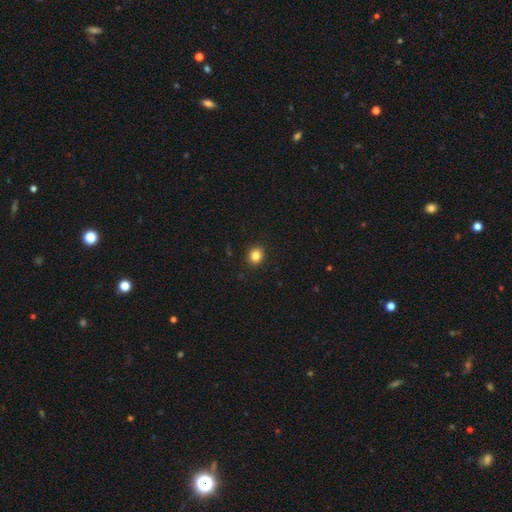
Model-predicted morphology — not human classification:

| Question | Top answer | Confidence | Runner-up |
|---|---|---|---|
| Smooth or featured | smooth | 84% | star or artifact (11%) |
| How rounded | round | 73% | in between (26%) |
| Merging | none | 91% | minor disturbance (6%) |